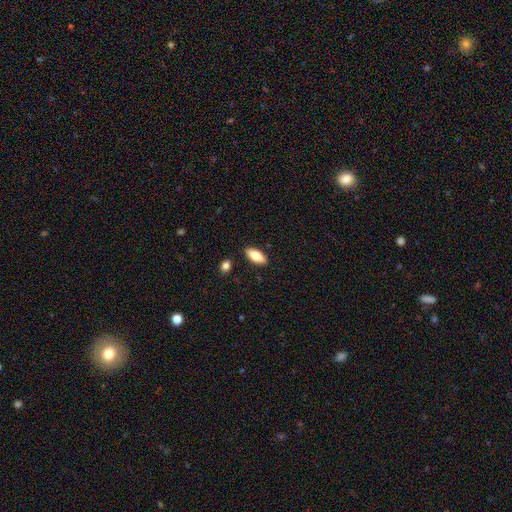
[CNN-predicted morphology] A smooth galaxy with no disk features (76%) that is in between round and cigar-shaped (83%).

Vote fractions:
- Smooth or featured? smooth: 76% / featured or disk: 18% / star or artifact: 6%
- How rounded? in between: 83% / cigar-shaped: 15% / round: 2%
- Merging? none: 88% / minor disturbance: 8% / merger: 2% / major disturbance: 2%